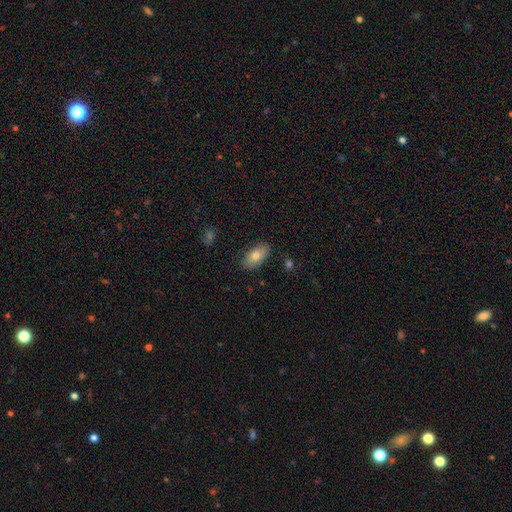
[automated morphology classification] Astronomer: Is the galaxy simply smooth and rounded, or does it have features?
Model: smooth — 77%.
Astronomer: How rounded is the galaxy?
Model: in between — 92%.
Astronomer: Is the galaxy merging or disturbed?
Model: none — 84%.